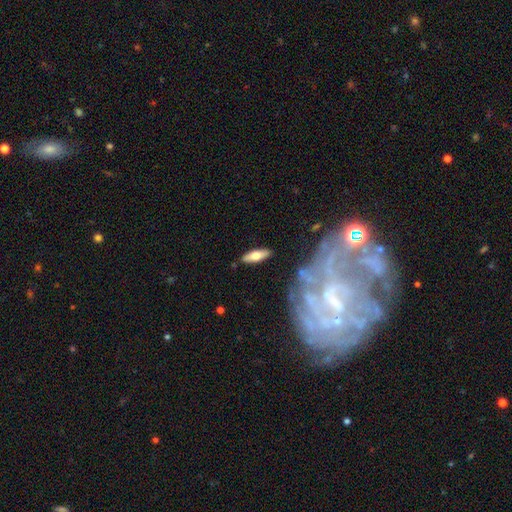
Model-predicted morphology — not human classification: This is possibly a smooth galaxy (57%). How rounded: possibly in between (54%). Merging: clearly none (85%).